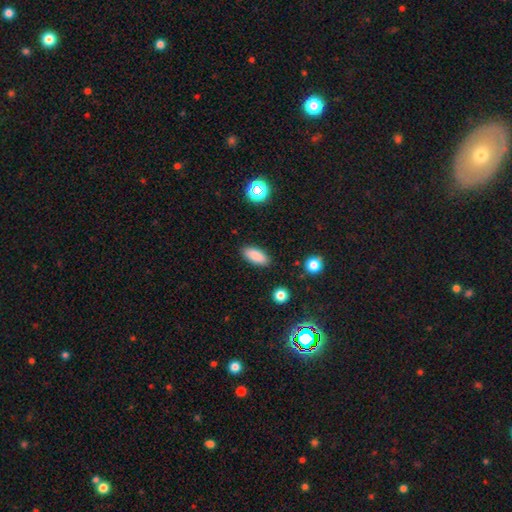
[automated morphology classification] Overall: smooth (86%). How rounded: in between (82%). Merging: none (88%).